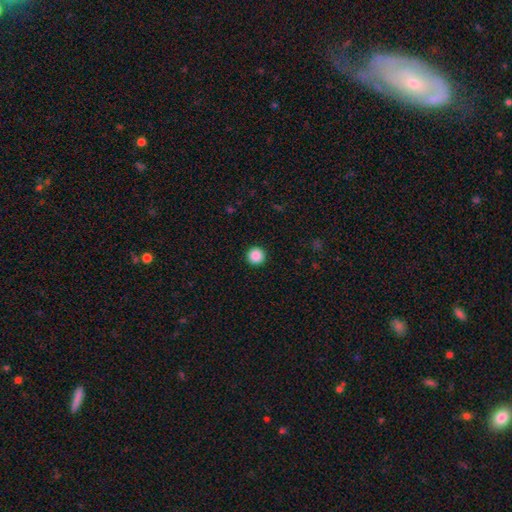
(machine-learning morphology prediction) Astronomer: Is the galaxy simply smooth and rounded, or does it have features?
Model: smooth — 89%.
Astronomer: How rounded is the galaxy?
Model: round — 96%.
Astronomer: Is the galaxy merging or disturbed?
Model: none — 93%.